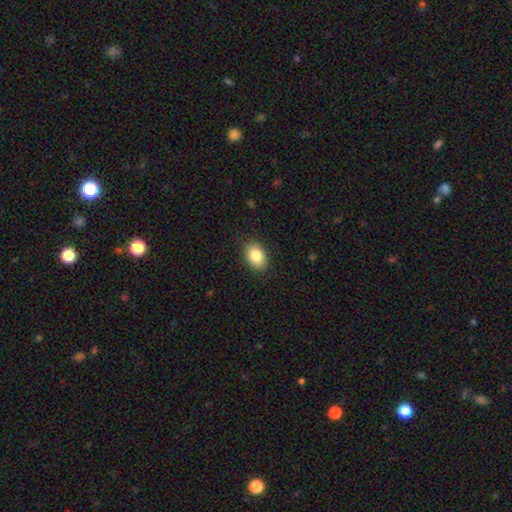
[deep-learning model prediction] Q: Smooth or featured?
A: smooth (84%); runner-up: featured or disk (8%)
Q: How rounded?
A: in between (82%); runner-up: round (17%)
Q: Merging?
A: none (88%); runner-up: minor disturbance (9%)